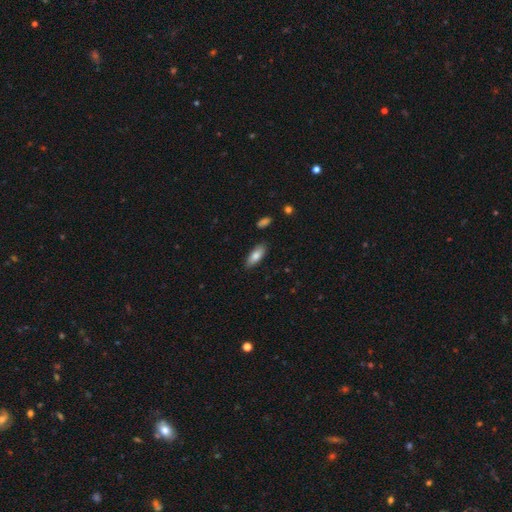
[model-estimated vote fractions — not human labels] This appears to be a smooth galaxy with no disk features (78%) that is in between round and cigar-shaped (75%). Merging: none (85%).